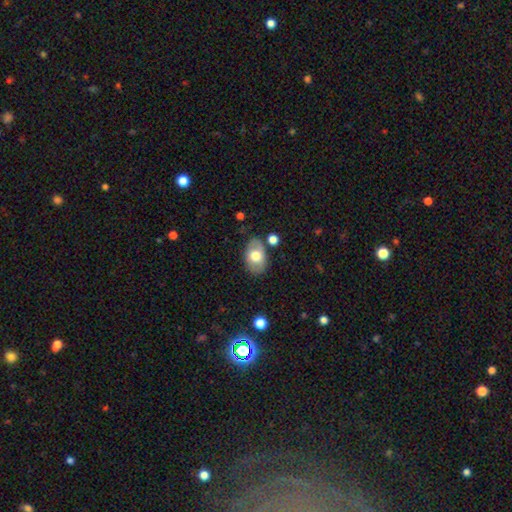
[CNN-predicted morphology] Smooth or featured?
  - smooth: 64% *
  - featured or disk: 29%
  - star or artifact: 7%
How rounded?
  - in between: 89% *
  - round: 10%
  - cigar-shaped: 1%
Merging?
  - none: 75% *
  - minor disturbance: 16%
  - merger: 5%
  - major disturbance: 4%